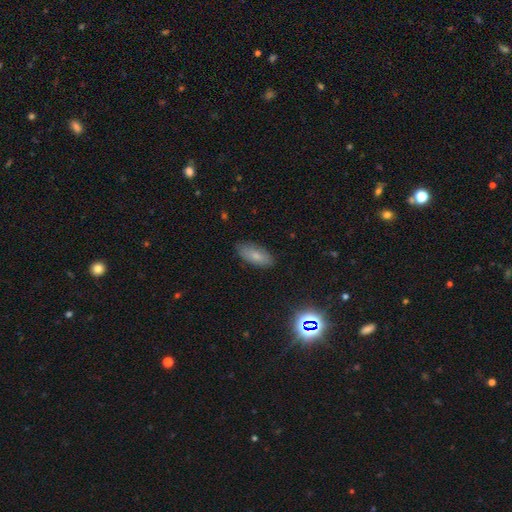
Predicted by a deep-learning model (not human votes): A smooth galaxy with no disk features (76%) that is in between round and cigar-shaped (86%). Merging: none (84%).